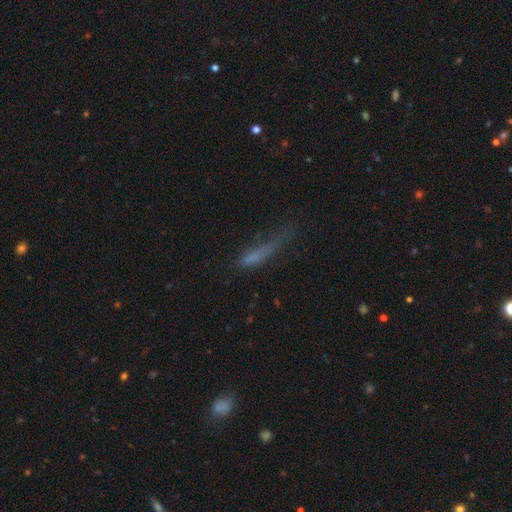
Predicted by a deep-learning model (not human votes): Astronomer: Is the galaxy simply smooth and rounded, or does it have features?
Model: smooth — 61%.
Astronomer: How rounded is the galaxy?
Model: cigar-shaped — 79%.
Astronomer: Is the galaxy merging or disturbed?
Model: none — 38% (runner-up: major disturbance, 30%).